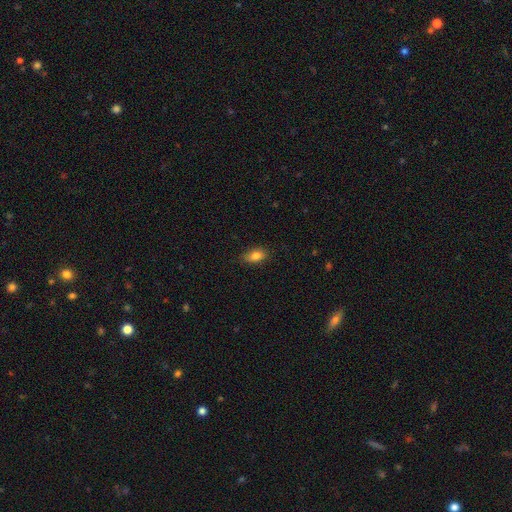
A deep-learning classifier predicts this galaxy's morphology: Smooth or featured? Predicted: smooth (p=0.83). How rounded? Predicted: in between (p=0.86). Merging? Predicted: none (p=0.81).